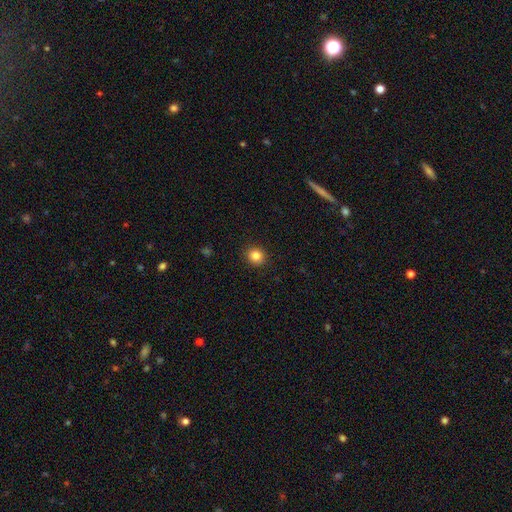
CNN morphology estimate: Smooth or featured? Predicted: smooth (p=0.84). How rounded? Predicted: round (p=0.85). Merging? Predicted: none (p=0.91).